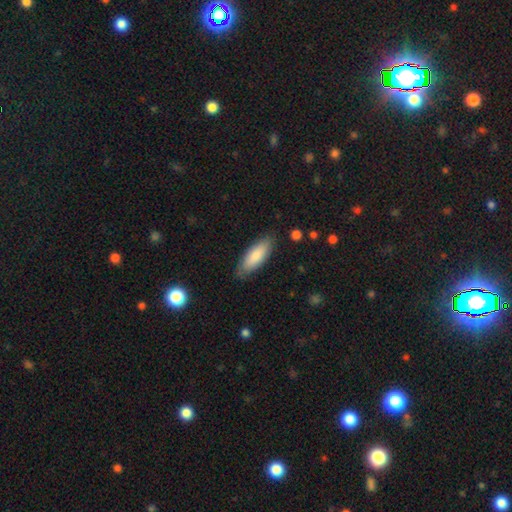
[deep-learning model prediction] smooth-or-featured: smooth: 84% | featured or disk: 11% | star or artifact: 5%
  how-rounded: in between: 71% | cigar-shaped: 27% | round: 1%
  merging: none: 82% | minor disturbance: 14% | major disturbance: 3% | merger: 1%